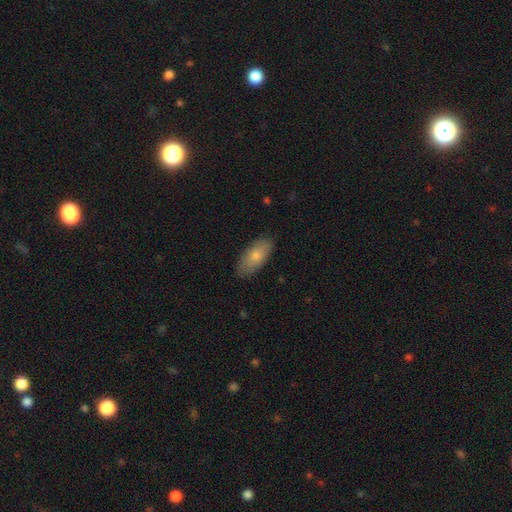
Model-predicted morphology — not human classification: Overall: smooth (79%). How rounded: in between (90%). Merging: none (85%).